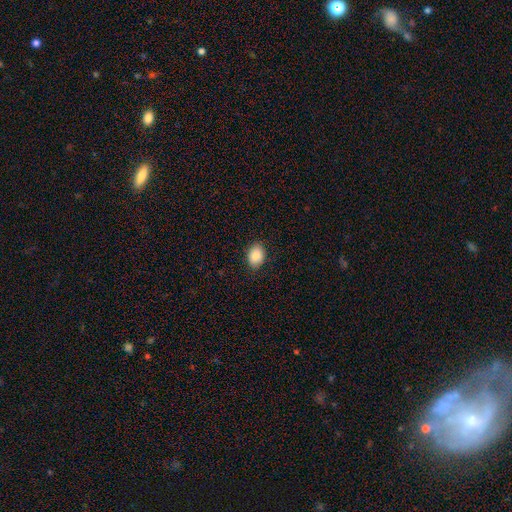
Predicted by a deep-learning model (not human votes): This is clearly a smooth galaxy (90%). How rounded: likely in between (78%). Merging: clearly none (87%).